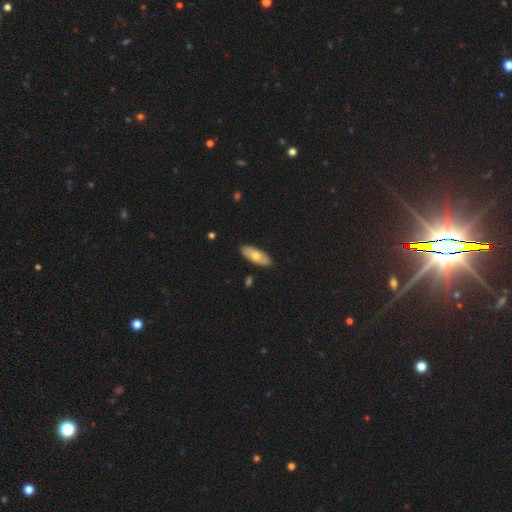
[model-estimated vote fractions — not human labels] Overall: smooth (57%; featured or disk 38%). How rounded: in between (80%). Merging: none (89%).